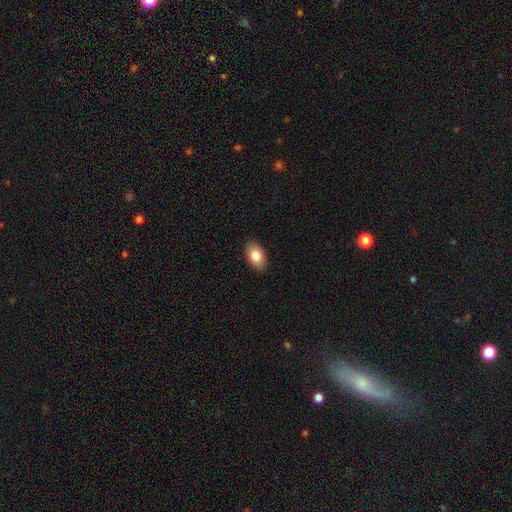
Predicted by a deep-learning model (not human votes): Smooth or featured?
  - smooth: 83% *
  - featured or disk: 10%
  - star or artifact: 7%
How rounded?
  - in between: 91% *
  - round: 8%
  - cigar-shaped: 1%
Merging?
  - none: 89% *
  - minor disturbance: 8%
  - major disturbance: 2%
  - merger: 1%